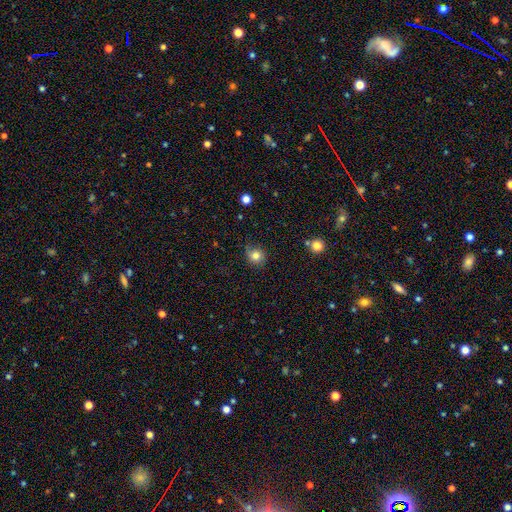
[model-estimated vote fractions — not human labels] Q: Smooth or featured?
A: smooth (79%); runner-up: star or artifact (11%)
Q: How rounded?
A: round (83%); runner-up: in between (16%)
Q: Merging?
A: none (71%); runner-up: minor disturbance (22%)